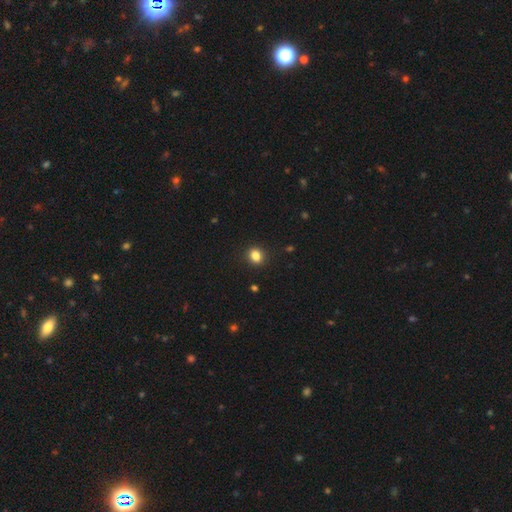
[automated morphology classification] smooth_or_featured: smooth (p=0.85) [alt: star or artifact p=0.11]
how_rounded: round (p=0.55) [alt: in between p=0.44]
merging: none (p=0.89) [alt: minor disturbance p=0.08]